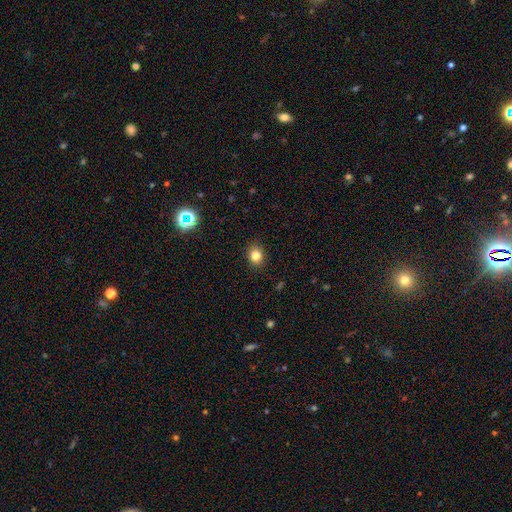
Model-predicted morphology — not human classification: Smooth or featured: smooth — 81% (star or artifact — 13%)
How rounded: round — 60% (in between — 39%)
Merging: none — 90% (minor disturbance — 7%)